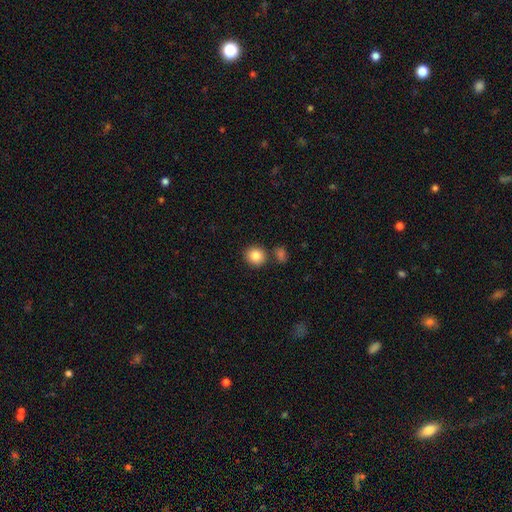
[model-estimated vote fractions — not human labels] Smooth or featured? smooth (84%)
How rounded? round (87%)
Merging? none (79%)